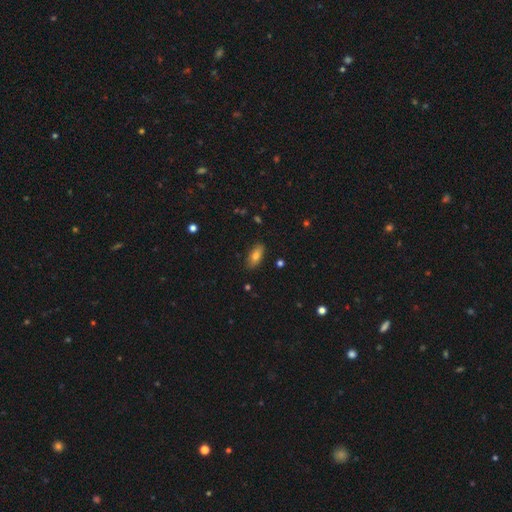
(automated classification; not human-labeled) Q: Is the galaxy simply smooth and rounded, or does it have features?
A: smooth — 76%.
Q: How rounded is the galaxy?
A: in between — 81%.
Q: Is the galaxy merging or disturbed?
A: none — 86%.